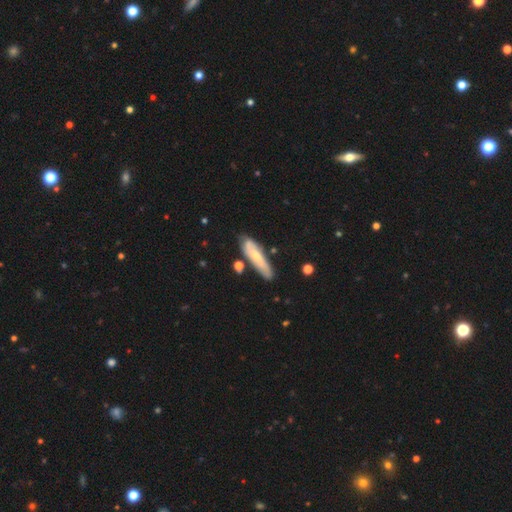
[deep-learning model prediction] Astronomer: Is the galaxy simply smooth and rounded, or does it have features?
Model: smooth — 54% (runner-up: featured or disk, 40%).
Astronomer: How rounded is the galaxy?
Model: cigar-shaped — 73%.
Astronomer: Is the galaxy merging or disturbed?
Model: none — 66%.